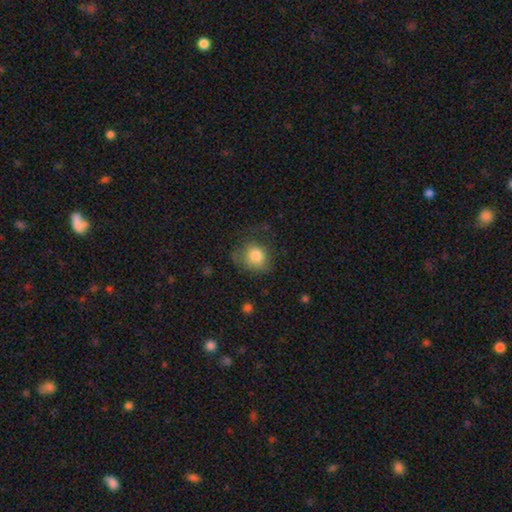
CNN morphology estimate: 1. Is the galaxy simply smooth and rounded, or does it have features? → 80% smooth, 11% featured or disk, 9% star or artifact.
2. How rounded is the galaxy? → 64% round, 35% in between, 1% cigar-shaped.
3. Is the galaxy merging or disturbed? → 53% none, 28% minor disturbance, 17% major disturbance, 2% merger.